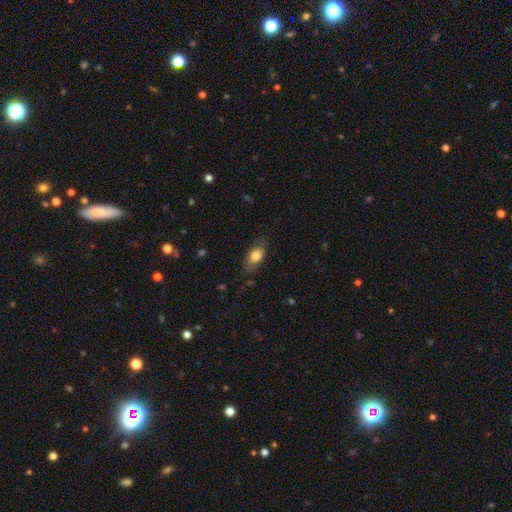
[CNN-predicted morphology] The model was most divided on "merging": none: 72%, minor disturbance: 21%, major disturbance: 6%, merger: 1%. More confident: how rounded — in between (84%); smooth or featured — smooth (76%).